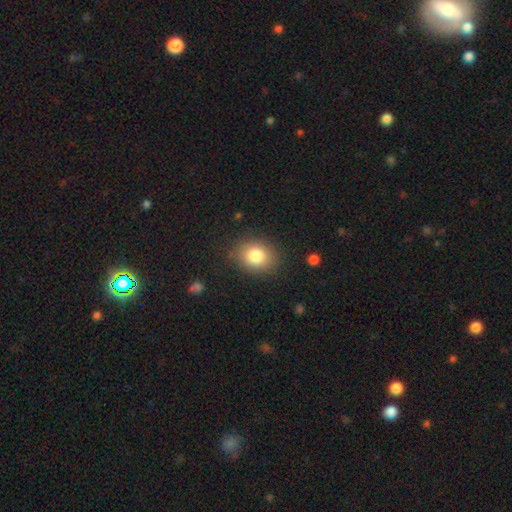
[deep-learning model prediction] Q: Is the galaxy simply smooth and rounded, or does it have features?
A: smooth — 82%.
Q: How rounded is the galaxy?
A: round — 53%.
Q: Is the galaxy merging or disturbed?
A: none — 85%.